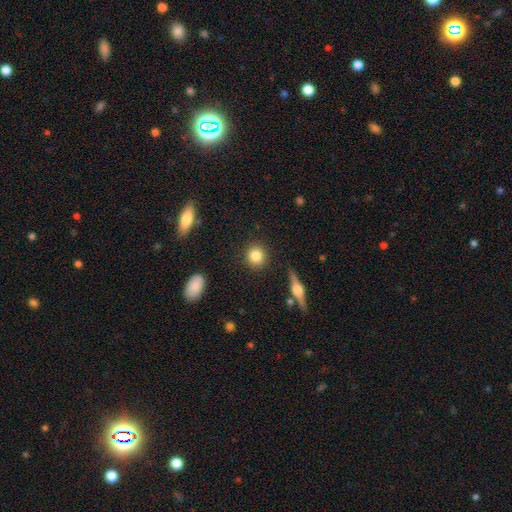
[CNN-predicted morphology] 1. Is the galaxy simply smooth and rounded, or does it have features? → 84% smooth, 8% star or artifact, 8% featured or disk.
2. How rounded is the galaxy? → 88% round, 10% in between, 2% cigar-shaped.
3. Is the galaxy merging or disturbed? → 89% none, 6% minor disturbance, 2% major disturbance, 2% merger.